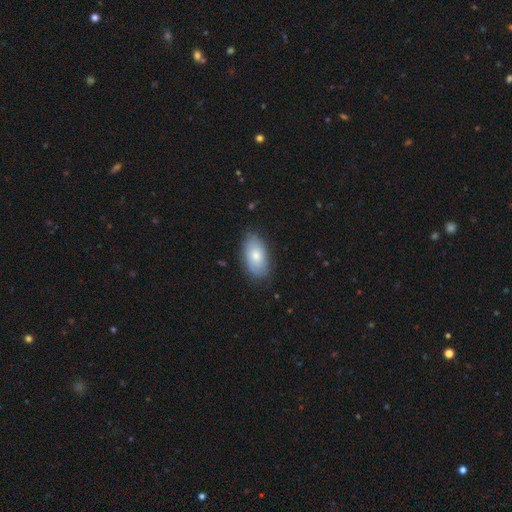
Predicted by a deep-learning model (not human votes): smooth-or-featured: smooth: 71% | featured or disk: 22% | star or artifact: 6%
  how-rounded: in between: 94% | round: 4% | cigar-shaped: 2%
  merging: none: 80% | minor disturbance: 16% | major disturbance: 3% | merger: 1%